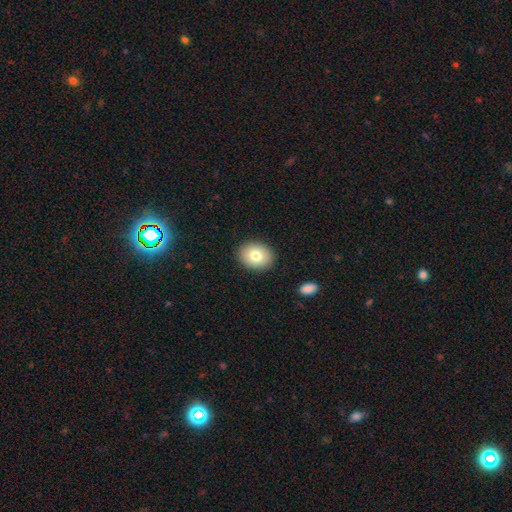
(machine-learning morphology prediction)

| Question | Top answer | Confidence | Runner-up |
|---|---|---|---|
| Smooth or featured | smooth | 80% | featured or disk (12%) |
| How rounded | in between | 53% | round (46%) |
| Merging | none | 90% | minor disturbance (7%) |